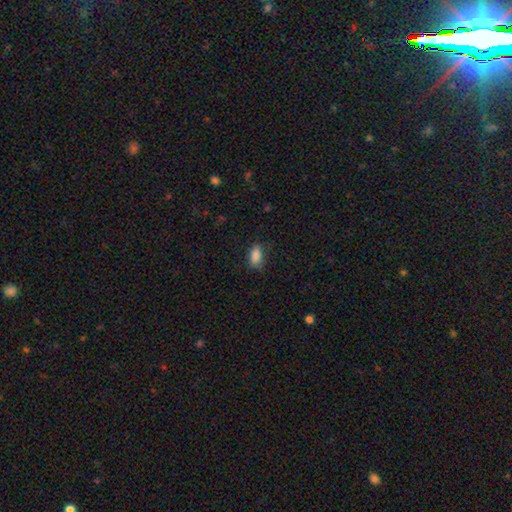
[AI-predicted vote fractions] smooth 86%, star or artifact 9%, featured or disk 5%. Down the decision tree: how rounded — in between (89%); merging — none (74%).